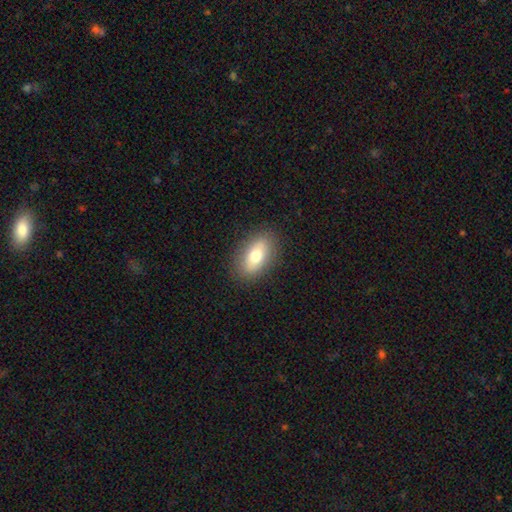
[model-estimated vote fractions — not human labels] smooth 72%, featured or disk 21%, star or artifact 7%. Down the decision tree: how rounded — in between (87%); merging — none (87%).